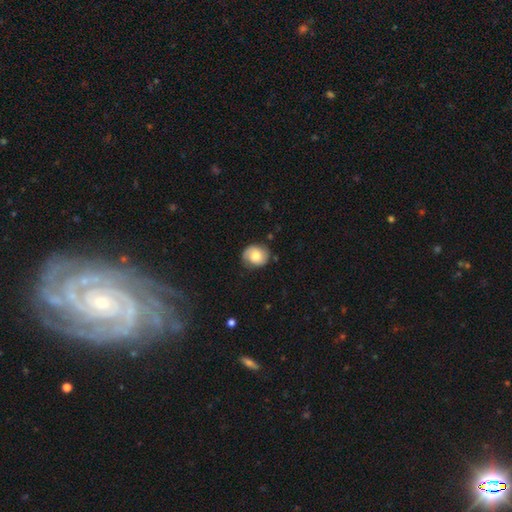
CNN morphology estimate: type=smooth (64%); roundness=round (73%); merging=none (75%).